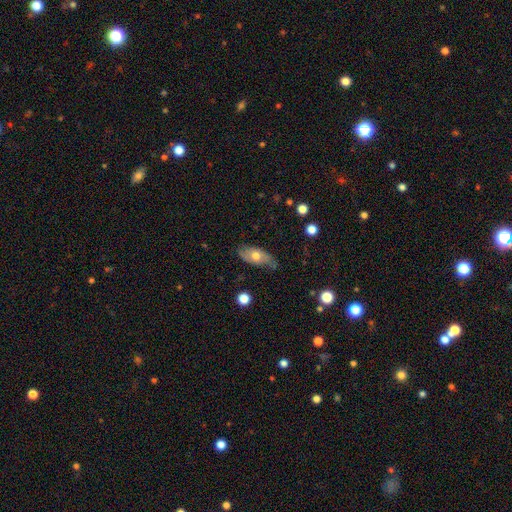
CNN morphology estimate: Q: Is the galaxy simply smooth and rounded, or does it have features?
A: smooth — 57%.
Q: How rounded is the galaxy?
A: in between — 85%.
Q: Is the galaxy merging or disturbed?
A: none — 67%.